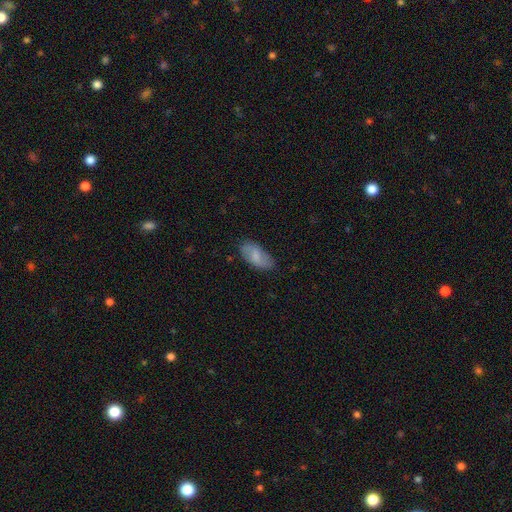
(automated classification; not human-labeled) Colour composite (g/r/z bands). It shows a smooth galaxy with no disk features (67%) that is in between round and cigar-shaped (92%). Merging: none (75%).